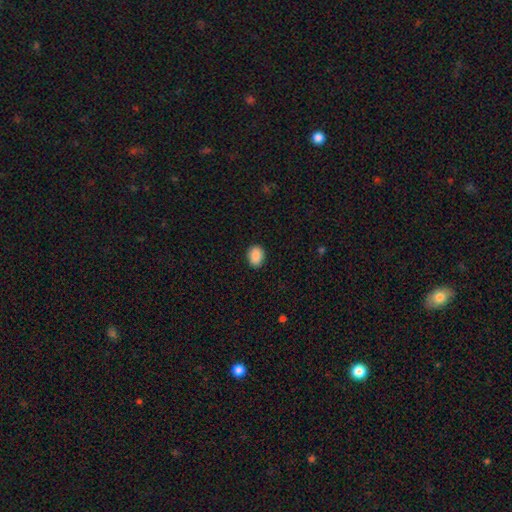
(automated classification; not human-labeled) Smooth or featured? Predicted: smooth (p=0.90). How rounded? Predicted: in between (p=0.68). Merging? Predicted: none (p=0.89).